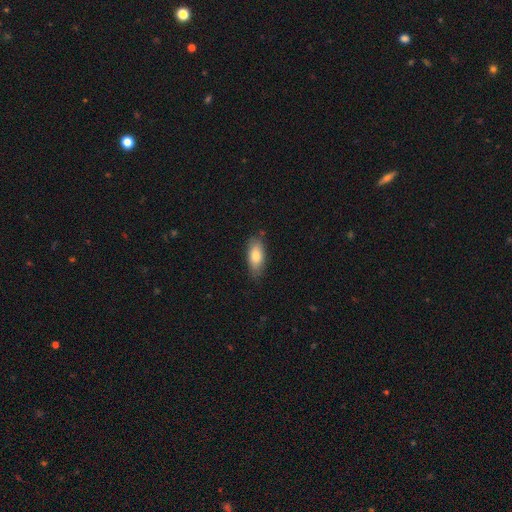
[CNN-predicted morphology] type=smooth (78%); roundness=in between (84%); merging=none (77%).